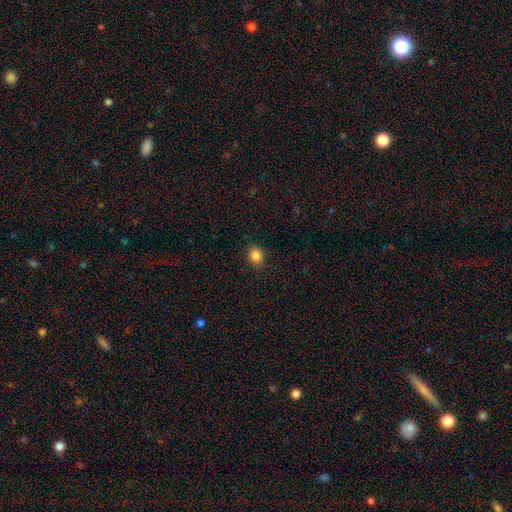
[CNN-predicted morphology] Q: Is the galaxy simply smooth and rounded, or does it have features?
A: smooth — 85%.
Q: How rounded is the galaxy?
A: round — 51%.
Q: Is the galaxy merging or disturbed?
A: none — 88%.